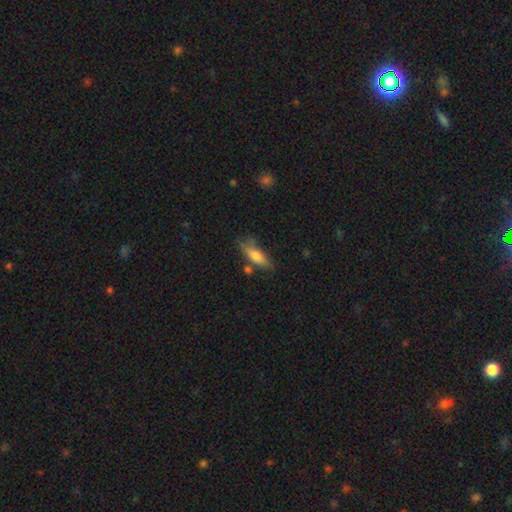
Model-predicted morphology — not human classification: smooth_or_featured: smooth (p=0.72) [alt: featured or disk p=0.21]
how_rounded: in between (p=0.53) [alt: cigar-shaped p=0.45]
merging: none (p=0.61) [alt: minor disturbance p=0.24]